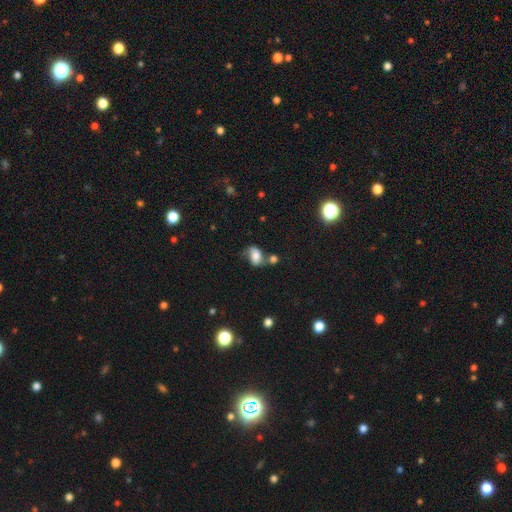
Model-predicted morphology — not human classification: Smooth or featured? smooth (64%)
How rounded? in between (83%)
Merging? none (37%)